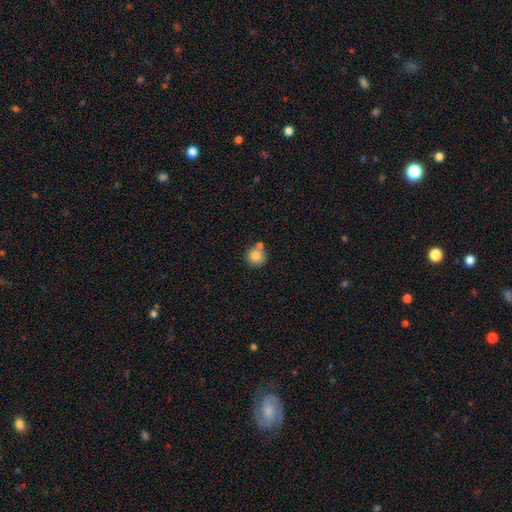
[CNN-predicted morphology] Smooth or featured? Predicted: smooth (p=0.83). How rounded? Predicted: round (p=0.93). Merging? Predicted: none (p=0.63).